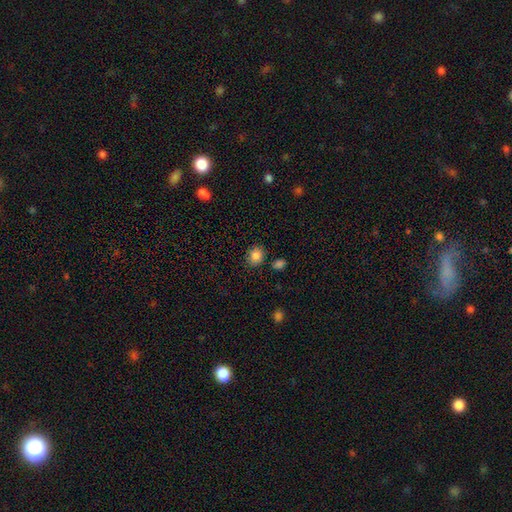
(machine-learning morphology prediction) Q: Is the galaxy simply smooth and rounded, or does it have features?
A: smooth — 85%.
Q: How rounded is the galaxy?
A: round — 60%.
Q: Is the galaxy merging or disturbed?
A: none — 80%.